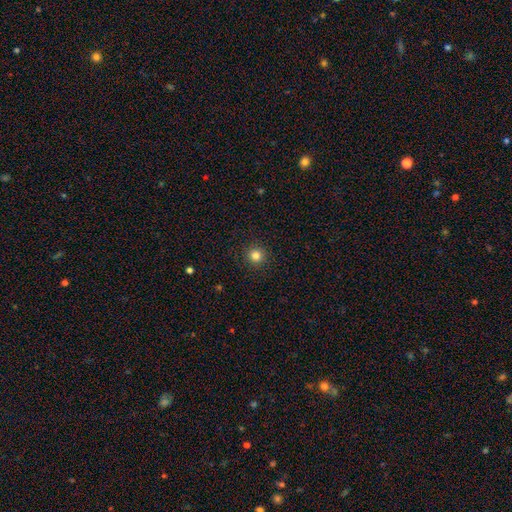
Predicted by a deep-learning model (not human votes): Morphology: type=smooth (83%); roundness=round (95%); merging=none (92%).